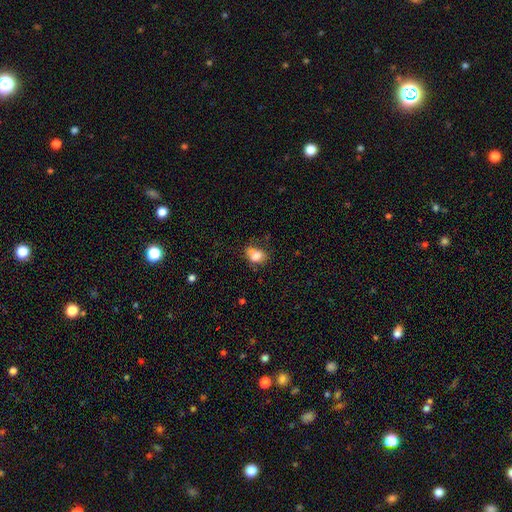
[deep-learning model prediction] smooth-or-featured: smooth: 77% | featured or disk: 13% | star or artifact: 10%
  how-rounded: in between: 72% | round: 27% | cigar-shaped: 2%
  merging: none: 41% | minor disturbance: 32% | major disturbance: 14% | merger: 13%